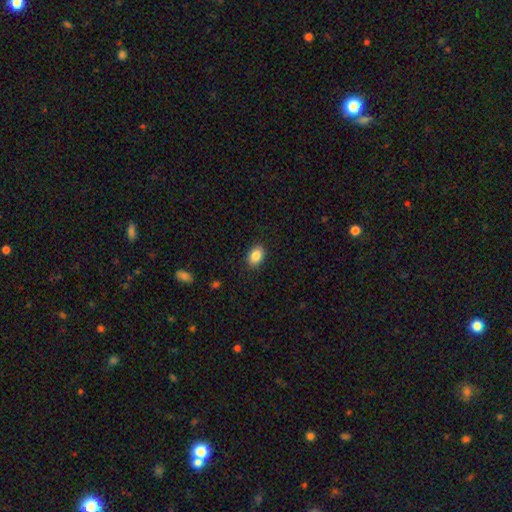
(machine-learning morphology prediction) smooth_or_featured: smooth (p=0.87) [alt: star or artifact p=0.08]
how_rounded: in between (p=0.81) [alt: round p=0.18]
merging: none (p=0.89) [alt: minor disturbance p=0.08]